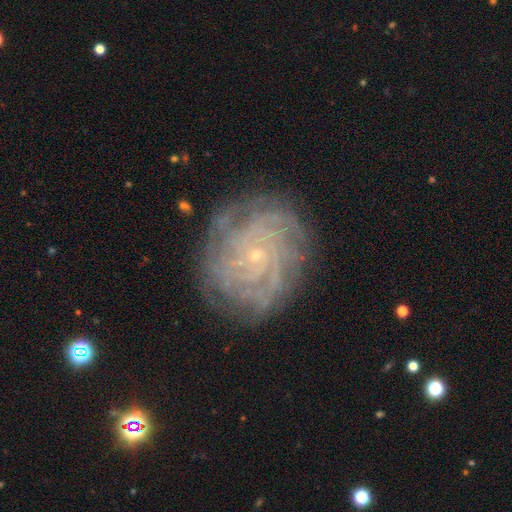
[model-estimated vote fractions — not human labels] featured or disk 85%, star or artifact 8%, smooth 8%. Down the decision tree: edge-on disk — no (97%); bar — no (78%); spiral arms — yes (96%); spiral arm count — more than 4 (27%); spiral winding — tight (80%); bulge size — small (89%); merging — none (82%).